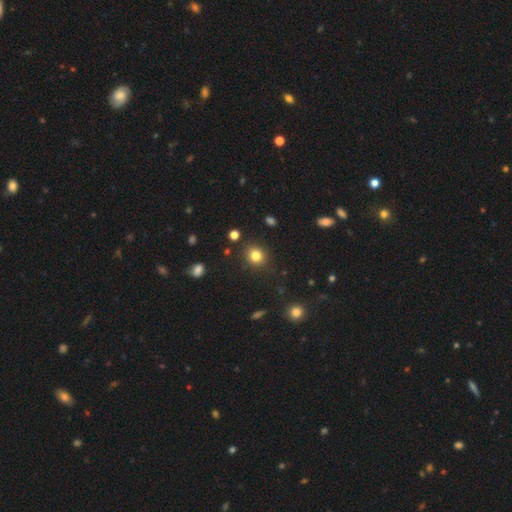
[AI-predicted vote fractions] Smooth or featured? Predicted: smooth (p=0.82). How rounded? Predicted: round (p=0.83). Merging? Predicted: none (p=0.88).